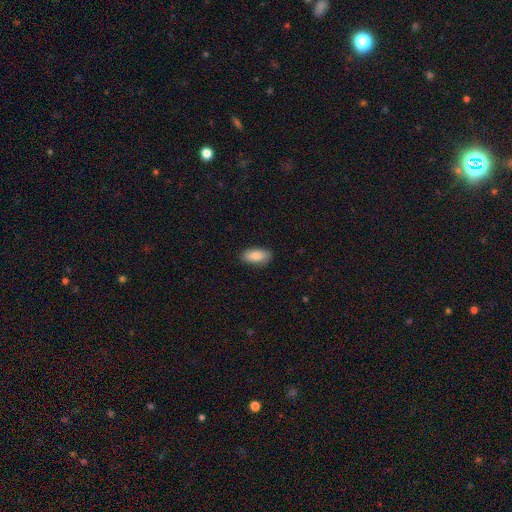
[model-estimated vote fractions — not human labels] The model was most divided on "smooth or featured": smooth: 87%, featured or disk: 7%, star or artifact: 6%. More confident: how rounded — in between (89%); merging — none (88%).